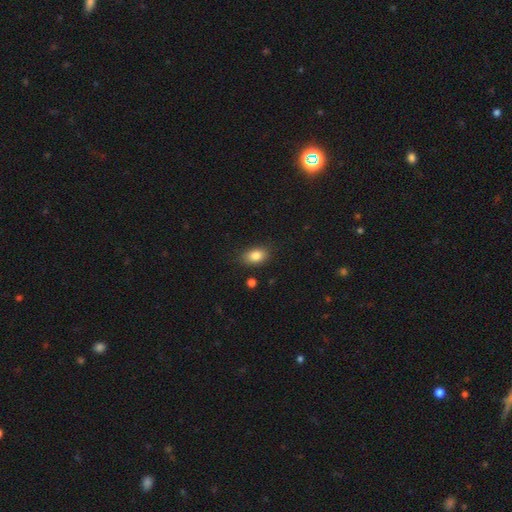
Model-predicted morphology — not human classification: Smooth or featured? Predicted: smooth (p=0.84). How rounded? Predicted: in between (p=0.85). Merging? Predicted: none (p=0.84).